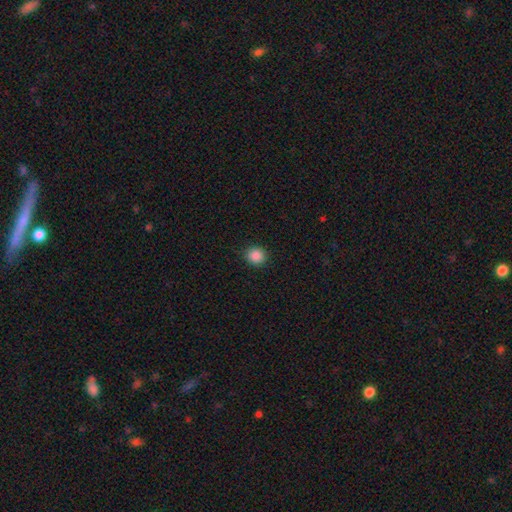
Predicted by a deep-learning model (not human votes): Smooth or featured: smooth — 87% (star or artifact — 10%)
How rounded: round — 87% (in between — 12%)
Merging: none — 90% (minor disturbance — 7%)